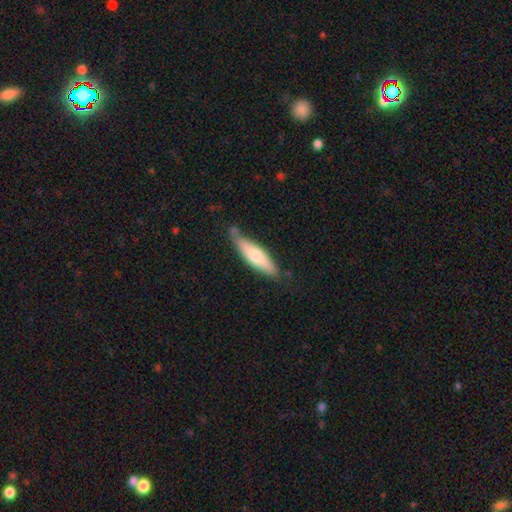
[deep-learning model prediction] Overall: smooth (63%; featured or disk 31%). How rounded: cigar-shaped (65%; in between 34%). Merging: none (69%).